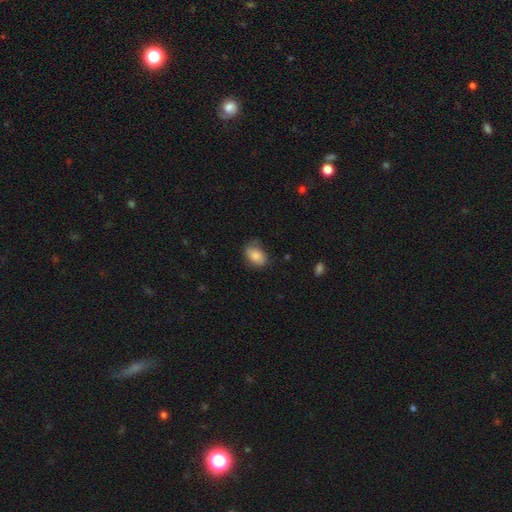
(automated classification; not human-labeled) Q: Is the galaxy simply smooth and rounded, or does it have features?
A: smooth — 82%.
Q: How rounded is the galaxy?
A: in between — 81%.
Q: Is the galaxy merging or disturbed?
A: none — 65%.